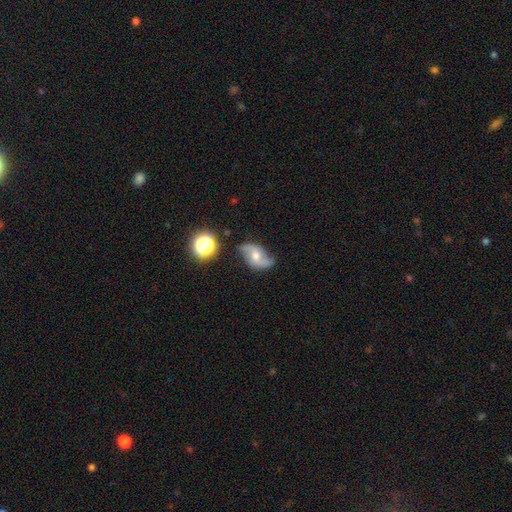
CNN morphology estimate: Q: Smooth or featured?
A: featured or disk (72%); runner-up: smooth (19%)
Q: Edge-on disk?
A: no (96%); runner-up: yes (4%)
Q: Bar?
A: no (56%); runner-up: weak (35%)
Q: Spiral arms?
A: yes (91%); runner-up: no (9%)
Q: Spiral winding?
A: loose (74%); runner-up: medium (20%)
Q: Spiral arm count?
A: 2 (90%); runner-up: can't tell (4%)
Q: Bulge size?
A: moderate (63%); runner-up: small (28%)
Q: Merging?
A: none (67%); runner-up: minor disturbance (22%)